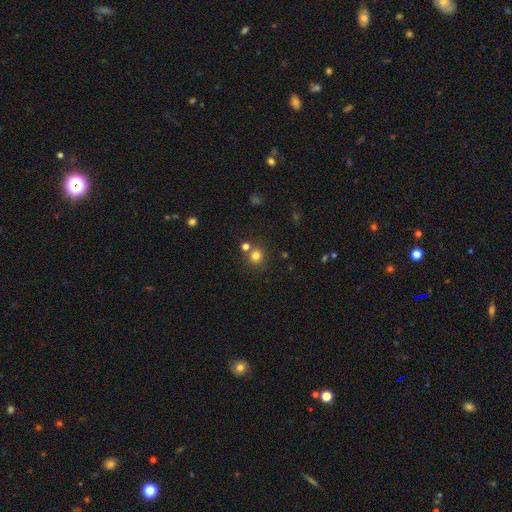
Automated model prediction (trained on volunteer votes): smooth-or-featured: smooth: 79% | star or artifact: 14% | featured or disk: 7%
  how-rounded: round: 90% | in between: 9% | cigar-shaped: 1%
  merging: none: 71% | merger: 19% | minor disturbance: 8% | major disturbance: 3%